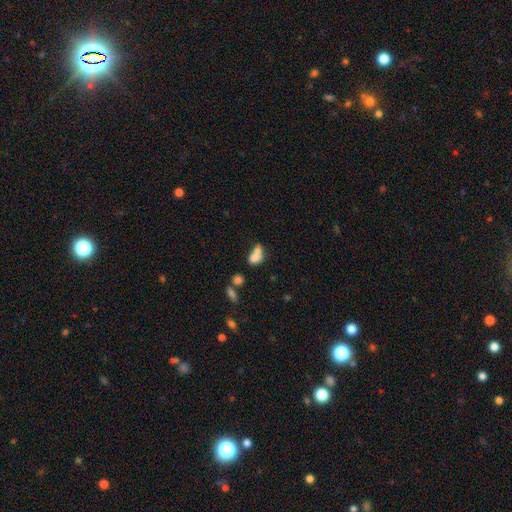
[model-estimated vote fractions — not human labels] Smooth or featured? smooth (72%)
How rounded? in between (60%)
Merging? merger (65%)